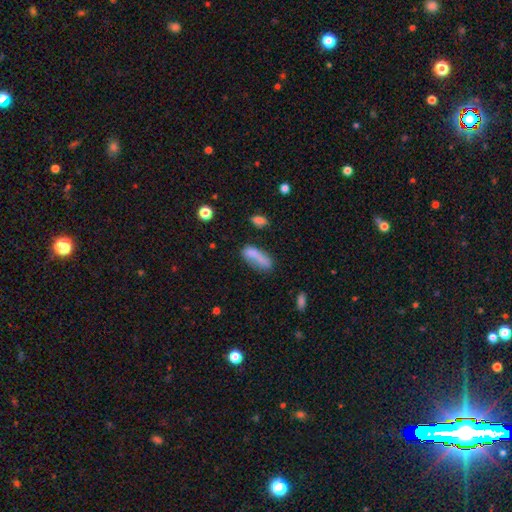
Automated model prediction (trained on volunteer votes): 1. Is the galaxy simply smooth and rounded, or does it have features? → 76% smooth, 15% featured or disk, 9% star or artifact.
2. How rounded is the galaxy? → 59% in between, 38% cigar-shaped, 3% round.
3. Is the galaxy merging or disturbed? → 48% none, 24% minor disturbance, 15% merger, 13% major disturbance.